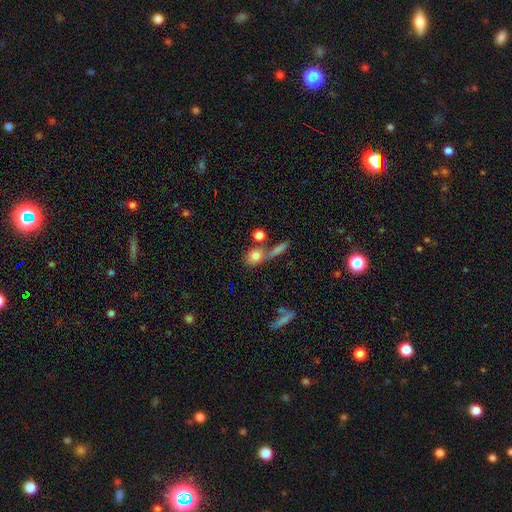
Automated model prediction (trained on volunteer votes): This is likely a smooth galaxy (76%). How rounded: possibly round (54%). Merging: possibly none (49%).